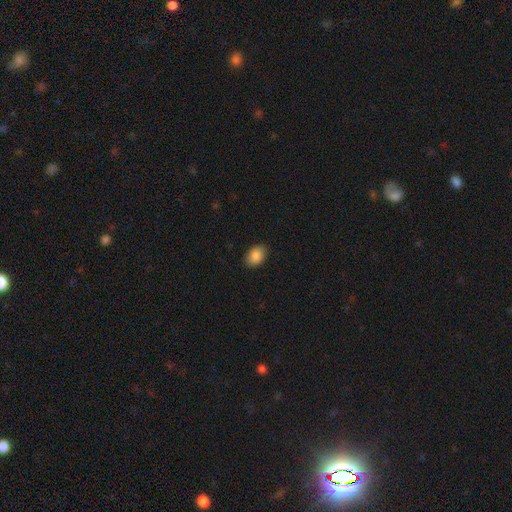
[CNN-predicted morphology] A smooth galaxy with no disk features (88%) that is in between round and cigar-shaped (83%).

Vote fractions:
- Smooth or featured? smooth: 88% / star or artifact: 7% / featured or disk: 4%
- How rounded? in between: 83% / round: 15% / cigar-shaped: 1%
- Merging? none: 85% / minor disturbance: 11% / major disturbance: 2% / merger: 1%